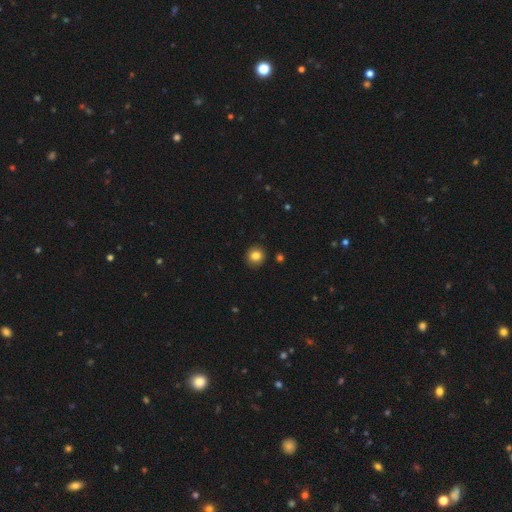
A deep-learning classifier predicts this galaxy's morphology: A smooth galaxy with no disk features (84%) that is round (90%). Merging: none (91%).